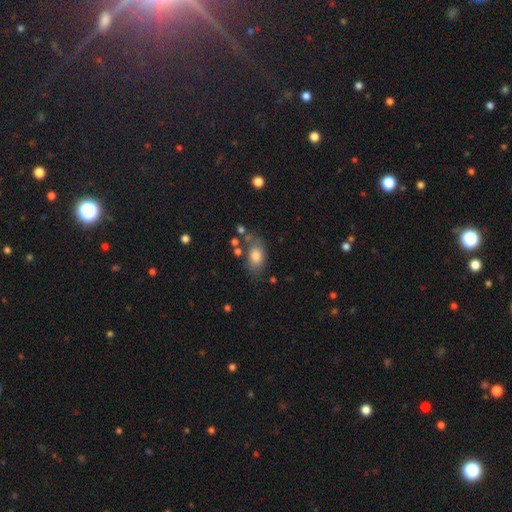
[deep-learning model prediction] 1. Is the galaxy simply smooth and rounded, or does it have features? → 77% smooth, 15% featured or disk, 8% star or artifact.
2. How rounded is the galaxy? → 85% in between, 12% round, 2% cigar-shaped.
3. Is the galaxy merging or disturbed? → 54% none, 24% minor disturbance, 12% major disturbance, 9% merger.